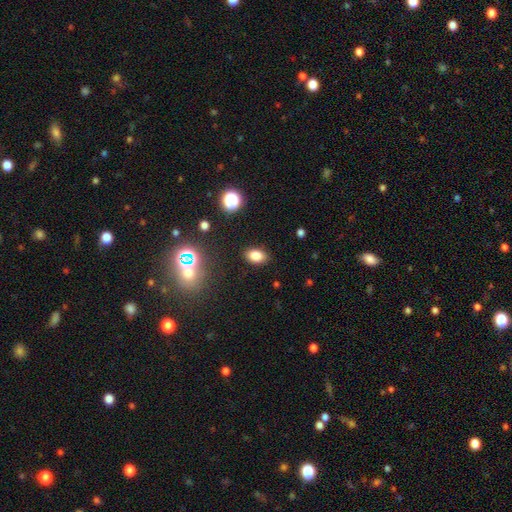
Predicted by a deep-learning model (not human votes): Smooth or featured: smooth — 80% (star or artifact — 13%)
How rounded: in between — 83% (round — 15%)
Merging: none — 88% (minor disturbance — 9%)